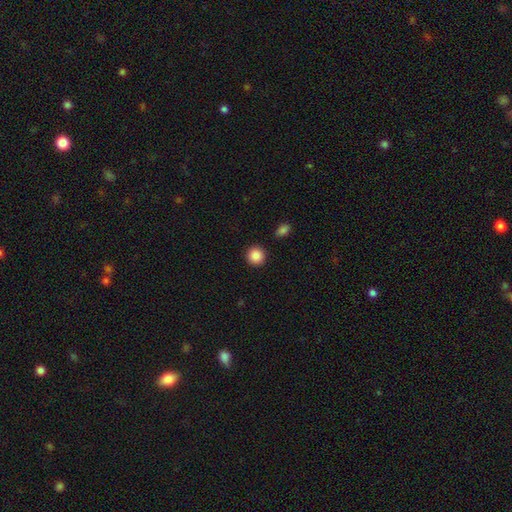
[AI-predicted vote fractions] smooth-or-featured: smooth: 88% | star or artifact: 9% | featured or disk: 3%
  how-rounded: round: 94% | in between: 5% | cigar-shaped: 1%
  merging: none: 91% | minor disturbance: 5% | major disturbance: 2% | merger: 2%